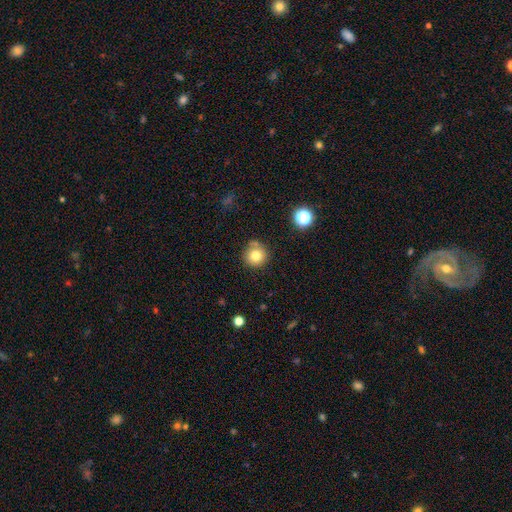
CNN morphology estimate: type=smooth (79%); roundness=round (93%); merging=none (73%).